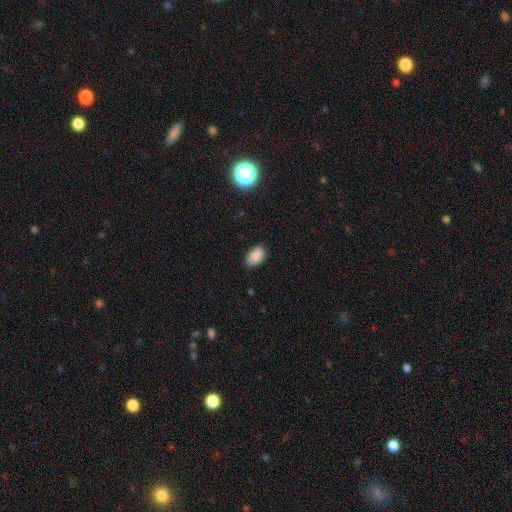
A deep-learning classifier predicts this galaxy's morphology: Q: Smooth or featured?
A: smooth (88%); runner-up: star or artifact (8%)
Q: How rounded?
A: in between (90%); runner-up: round (8%)
Q: Merging?
A: none (84%); runner-up: minor disturbance (13%)